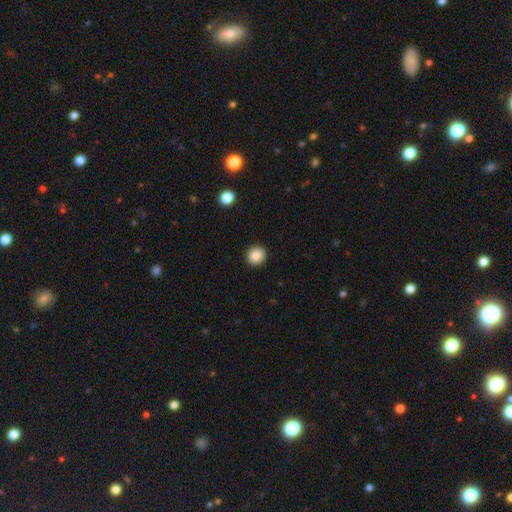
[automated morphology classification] This appears to be a smooth galaxy with no disk features (85%) that is round (94%). Merging: none (93%).